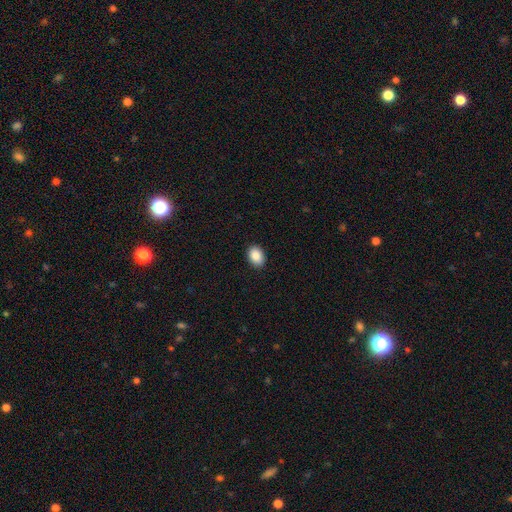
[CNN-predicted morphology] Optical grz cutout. It shows a smooth galaxy with no disk features (88%) that is in between round and cigar-shaped (78%). Merging: none (90%).